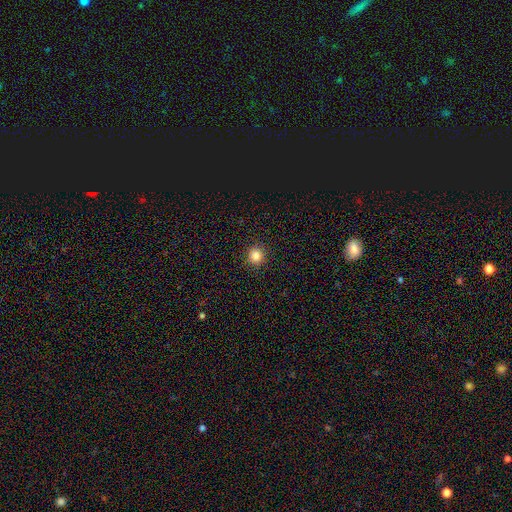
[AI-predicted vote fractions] The model was most divided on "smooth or featured": smooth: 84%, star or artifact: 11%, featured or disk: 4%. More confident: merging — none (92%); how rounded — round (91%).